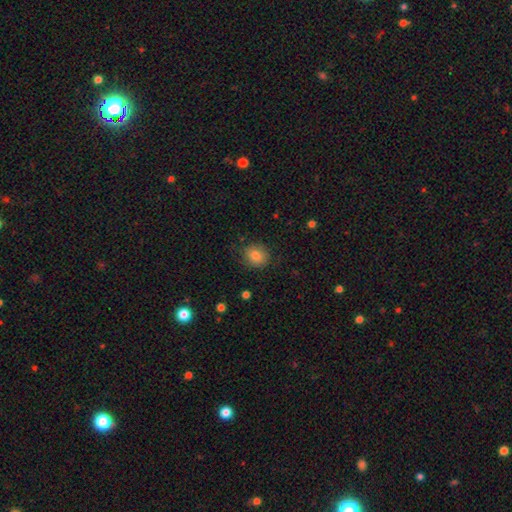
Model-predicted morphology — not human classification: smooth-or-featured: smooth: 83% | star or artifact: 10% | featured or disk: 8%
  how-rounded: round: 72% | in between: 27% | cigar-shaped: 1%
  merging: none: 80% | minor disturbance: 15% | major disturbance: 4% | merger: 1%